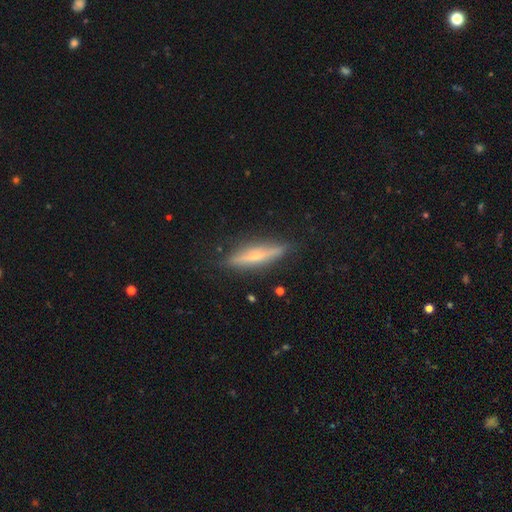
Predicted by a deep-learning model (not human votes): smooth_or_featured: featured or disk (p=0.62) [alt: smooth p=0.31]
disk_edge_on: yes (p=0.94) [alt: no p=0.06]
edge_on_bulge: rounded (p=0.71) [alt: none p=0.22]
merging: none (p=0.86) [alt: minor disturbance p=0.10]